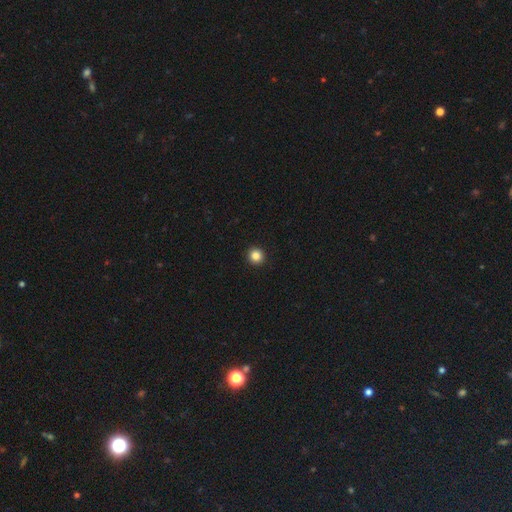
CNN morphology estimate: This is clearly a smooth galaxy (86%). How rounded: clearly round (95%). Merging: clearly none (94%).